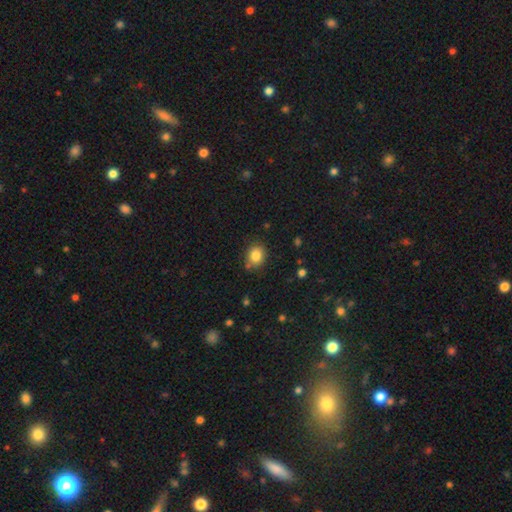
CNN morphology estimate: A smooth galaxy with no disk features (83%) that is round (68%).

Vote fractions:
- Smooth or featured? smooth: 83% / star or artifact: 10% / featured or disk: 6%
- How rounded? round: 68% / in between: 32% / cigar-shaped: 1%
- Merging? none: 80% / minor disturbance: 12% / merger: 5% / major disturbance: 3%